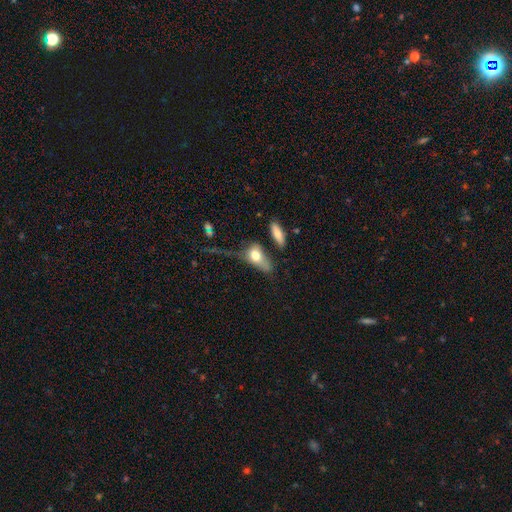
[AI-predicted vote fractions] Q: Smooth or featured?
A: smooth (72%); runner-up: featured or disk (20%)
Q: How rounded?
A: in between (78%); runner-up: round (12%)
Q: Merging?
A: major disturbance (37%); runner-up: none (26%)